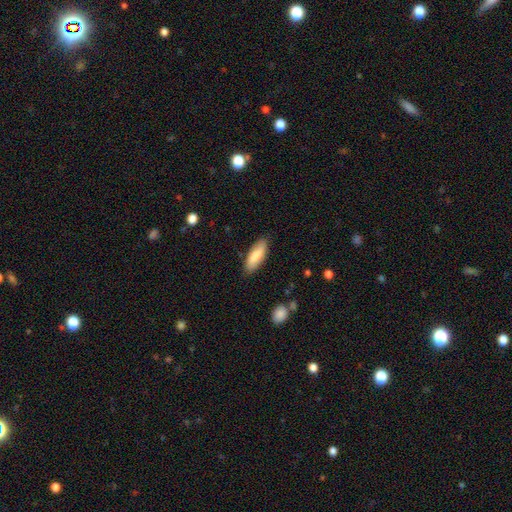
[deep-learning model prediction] Smooth or featured?
  - smooth: 80% *
  - featured or disk: 15%
  - star or artifact: 6%
How rounded?
  - in between: 63% *
  - cigar-shaped: 35%
  - round: 2%
Merging?
  - none: 84% *
  - minor disturbance: 12%
  - major disturbance: 2%
  - merger: 1%